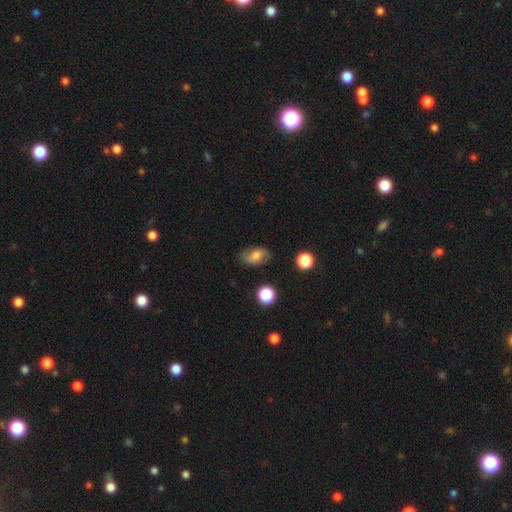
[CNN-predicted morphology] type=smooth (57%); roundness=in between (83%); merging=none (74%).